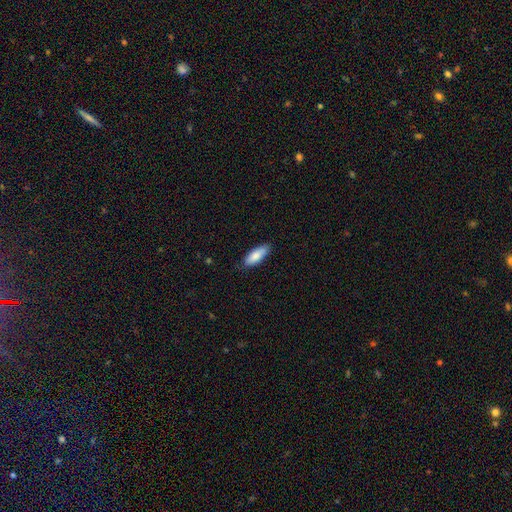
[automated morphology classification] This appears to be a smooth galaxy with no disk features (84%) that is in between round and cigar-shaped (70%). Merging: none (82%).